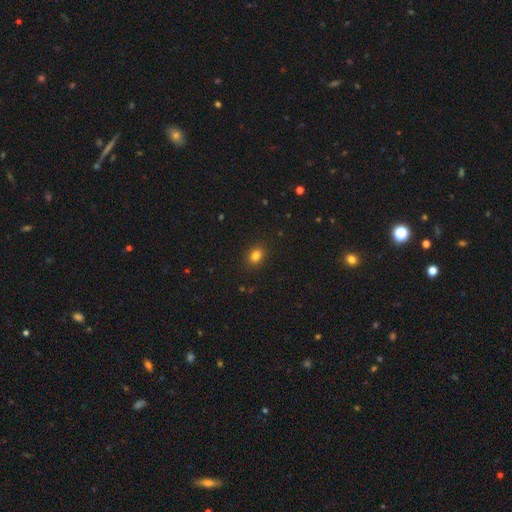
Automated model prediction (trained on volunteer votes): A smooth galaxy with no disk features (82%) that is in between round and cigar-shaped (50%).

Vote fractions:
- Smooth or featured? smooth: 82% / star or artifact: 12% / featured or disk: 6%
- How rounded? in between: 50% / round: 49% / cigar-shaped: 1%
- Merging? none: 89% / minor disturbance: 7% / major disturbance: 2% / merger: 1%